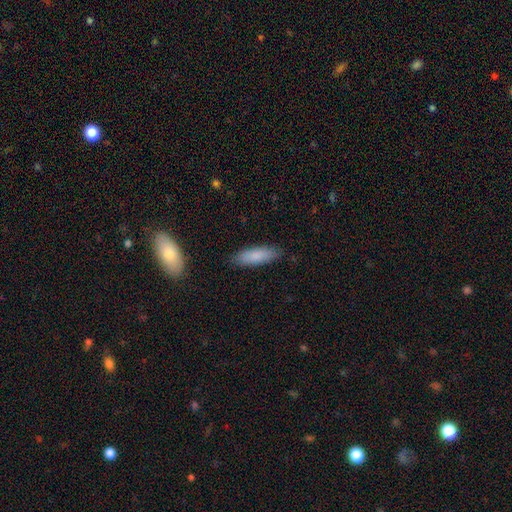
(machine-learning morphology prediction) type=smooth (84%); roundness=in between (55%); merging=none (85%).